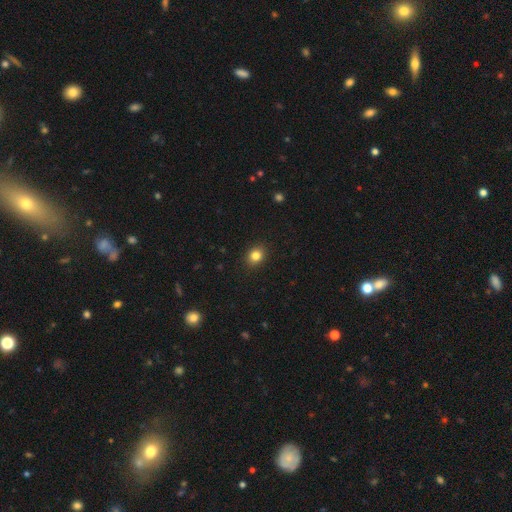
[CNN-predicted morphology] smooth-or-featured: smooth: 83% | star or artifact: 11% | featured or disk: 6%
  how-rounded: round: 56% | in between: 43% | cigar-shaped: 1%
  merging: none: 89% | minor disturbance: 8% | major disturbance: 2% | merger: 1%